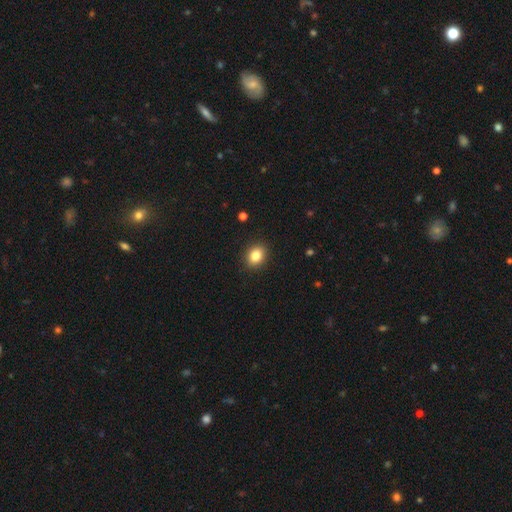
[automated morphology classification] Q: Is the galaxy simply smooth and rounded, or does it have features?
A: smooth — 84%.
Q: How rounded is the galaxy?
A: round — 50%.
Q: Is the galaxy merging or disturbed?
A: none — 91%.